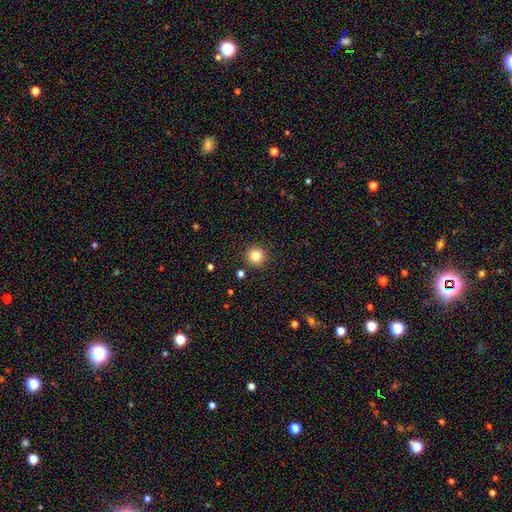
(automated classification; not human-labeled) A smooth galaxy with no disk features (84%) that is round (95%). Merging: none (92%).